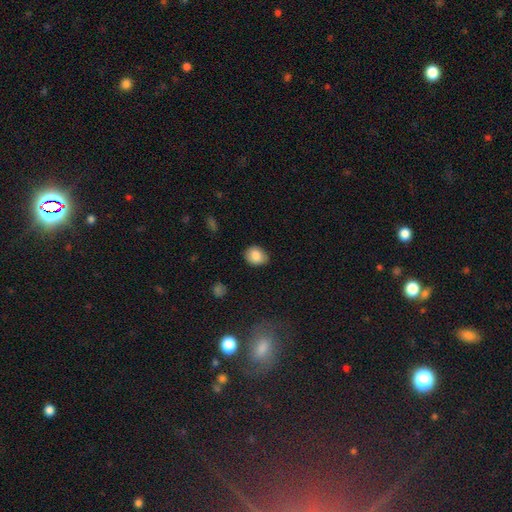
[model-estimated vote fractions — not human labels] Smooth or featured? Predicted: smooth (p=0.85). How rounded? Predicted: in between (p=0.50). Merging? Predicted: none (p=0.78).